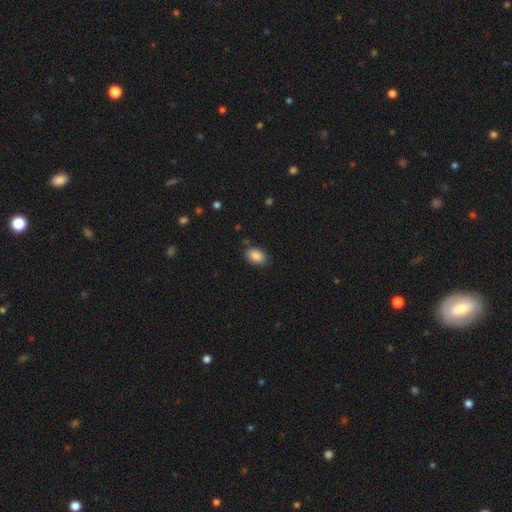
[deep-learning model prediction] Overall: smooth (88%). How rounded: in between (85%). Merging: none (83%).